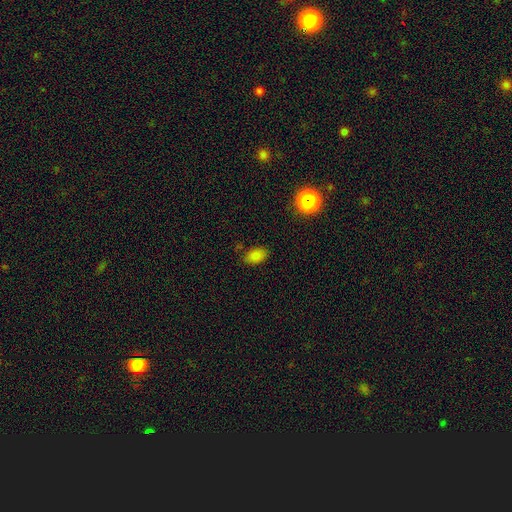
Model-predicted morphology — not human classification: smooth_or_featured: smooth (p=0.81) [alt: star or artifact p=0.13]
how_rounded: in between (p=0.88) [alt: round p=0.10]
merging: none (p=0.82) [alt: minor disturbance p=0.13]